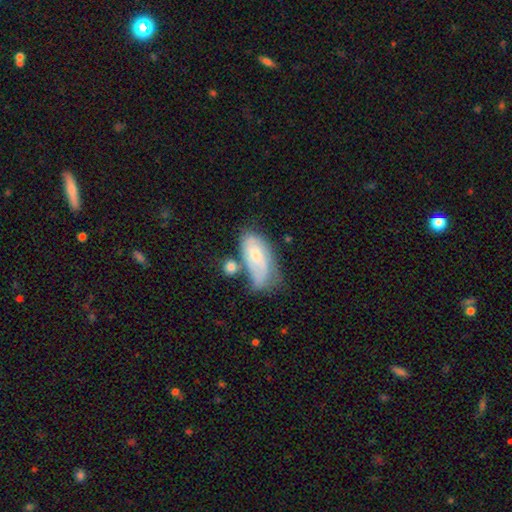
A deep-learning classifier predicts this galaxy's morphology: smooth 48%, featured or disk 46%, star or artifact 7%. Down the decision tree: merging — none (36%).